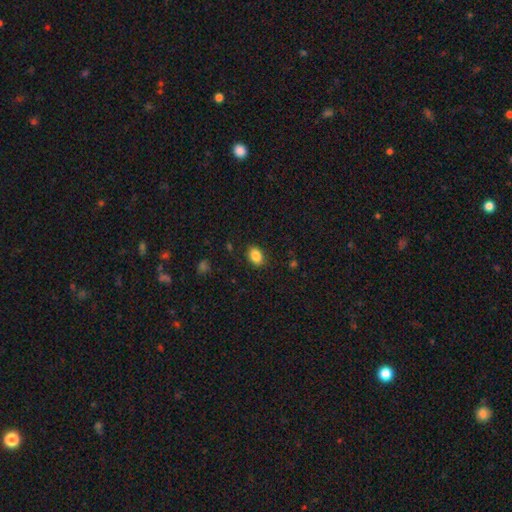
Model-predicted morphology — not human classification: smooth-or-featured: smooth: 86% | star or artifact: 9% | featured or disk: 5%
  how-rounded: in between: 76% | round: 23% | cigar-shaped: 1%
  merging: none: 87% | minor disturbance: 9% | major disturbance: 2% | merger: 1%